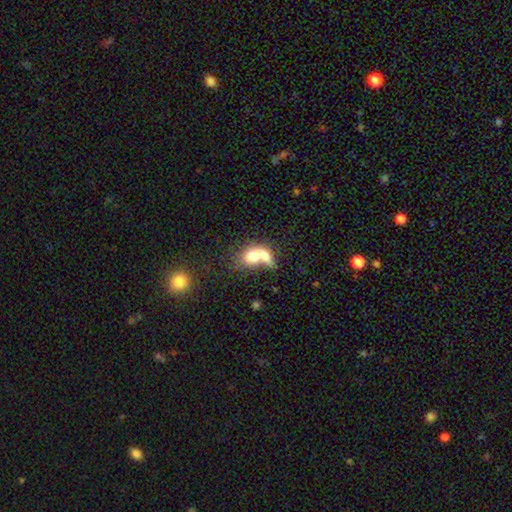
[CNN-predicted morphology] type=smooth (70%); roundness=in between (68%); merging=merger (74%).